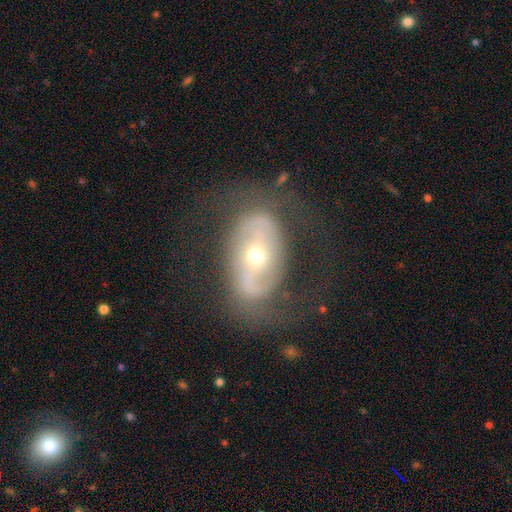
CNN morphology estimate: Smooth or featured?
  - featured or disk: 75% *
  - smooth: 17%
  - star or artifact: 7%
Edge-on disk?
  - no: 94% *
  - yes: 6%
Bar?
  - no: 40% *
  - strong: 32%
  - weak: 28%
Spiral arms?
  - yes: 70% *
  - no: 30%
Bulge size?
  - small: 49% *
  - moderate: 46%
  - large: 3%
  - dominant: 1%
  - none: 1%
Merging?
  - none: 67% *
  - major disturbance: 16%
  - minor disturbance: 15%
  - merger: 1%